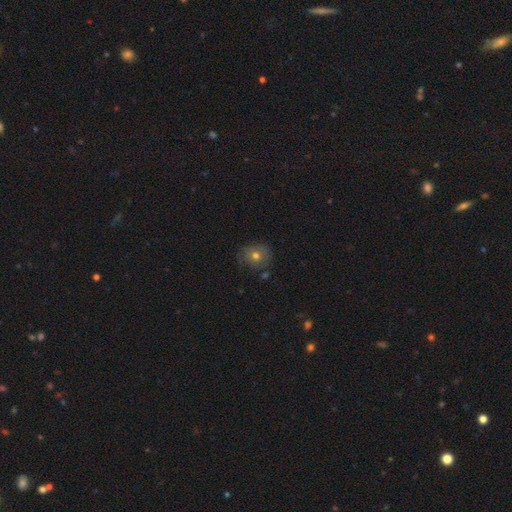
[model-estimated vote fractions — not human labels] A smooth galaxy with no disk features (63%) that is round (73%).

Vote fractions:
- Smooth or featured? smooth: 63% / featured or disk: 24% / star or artifact: 13%
- How rounded? round: 73% / in between: 26% / cigar-shaped: 1%
- Merging? none: 72% / minor disturbance: 20% / major disturbance: 5% / merger: 3%